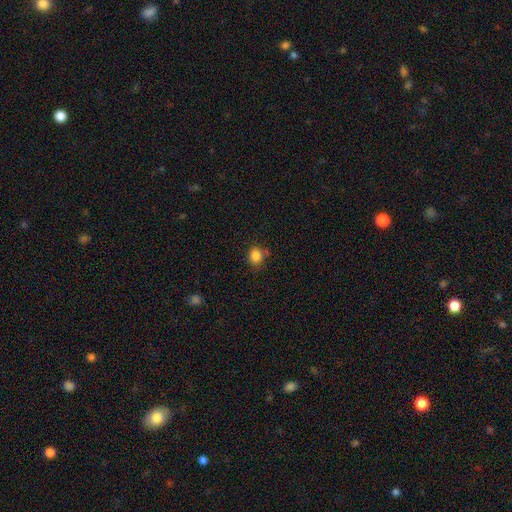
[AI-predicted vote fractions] A smooth galaxy with no disk features (84%) that is round (83%). Merging: none (75%).